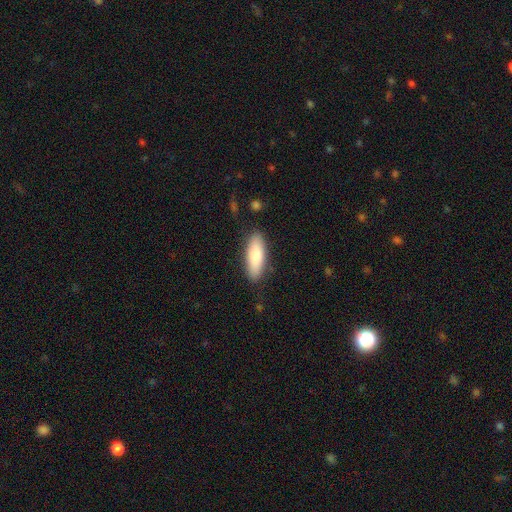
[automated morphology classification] This is clearly a smooth galaxy (81%). How rounded: likely in between (63%). Merging: clearly none (85%).